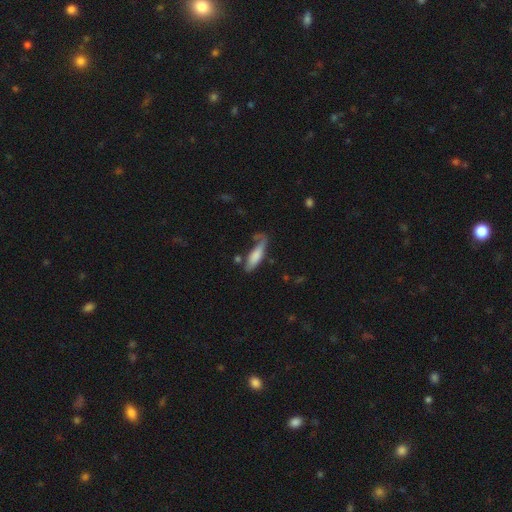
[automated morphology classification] smooth 73%, featured or disk 20%, star or artifact 6%. Down the decision tree: how rounded — cigar-shaped (54%); merging — none (47%).